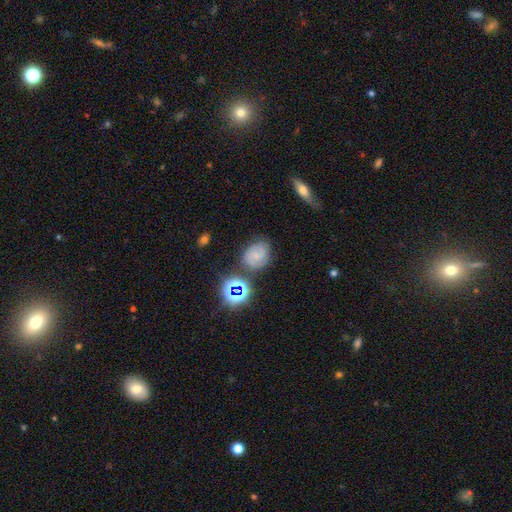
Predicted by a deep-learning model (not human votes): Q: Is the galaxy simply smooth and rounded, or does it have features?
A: featured or disk — 52%.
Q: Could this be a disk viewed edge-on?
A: no — 97%.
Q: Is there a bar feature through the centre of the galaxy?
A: no — 53%.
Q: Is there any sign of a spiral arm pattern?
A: yes — 88%.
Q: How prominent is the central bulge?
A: small — 56%.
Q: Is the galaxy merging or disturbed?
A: none — 68%.